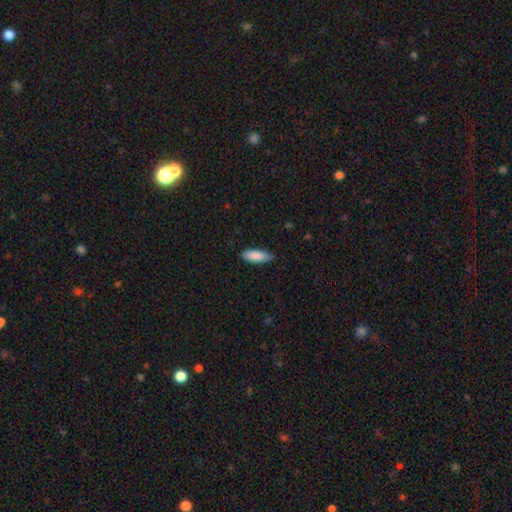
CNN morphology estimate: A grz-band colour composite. It shows a smooth galaxy with no disk features (88%) that is in between round and cigar-shaped (60%). Merging: none (79%).